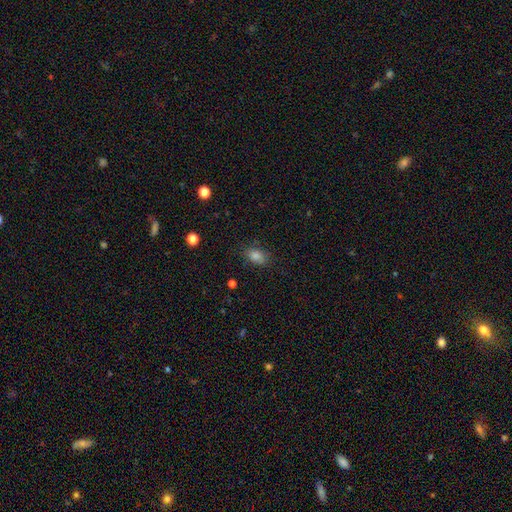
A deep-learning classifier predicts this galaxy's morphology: smooth-or-featured: smooth: 79% | star or artifact: 13% | featured or disk: 7%
  how-rounded: in between: 81% | round: 17% | cigar-shaped: 2%
  merging: none: 82% | minor disturbance: 13% | major disturbance: 3% | merger: 1%